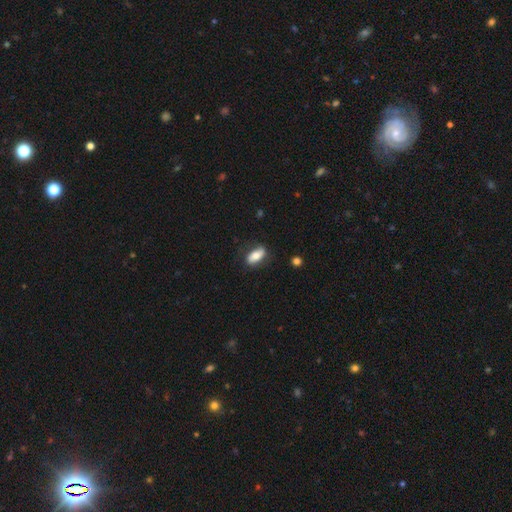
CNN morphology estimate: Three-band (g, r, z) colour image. It shows a smooth galaxy with no disk features (72%) that is in between round and cigar-shaped (83%). Merging: none (76%).